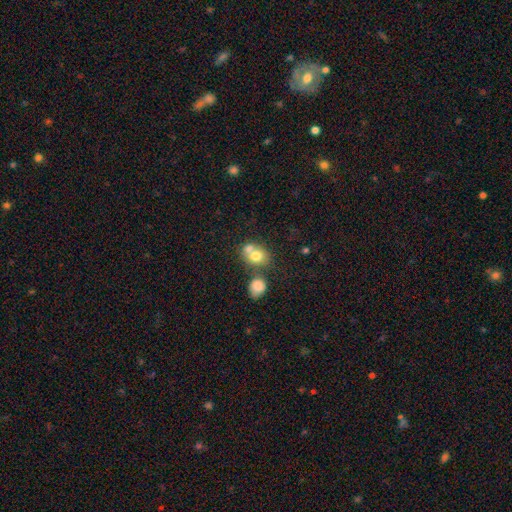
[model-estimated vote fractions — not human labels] Overall: smooth (73%). How rounded: round (59%; in between 40%). Merging: merger (53%; none 33%).